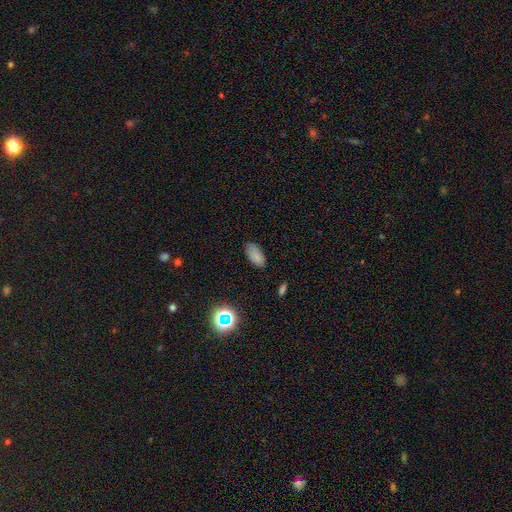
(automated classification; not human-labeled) This appears to be a smooth galaxy with no disk features (82%) that is in between round and cigar-shaped (92%). Merging: none (81%).